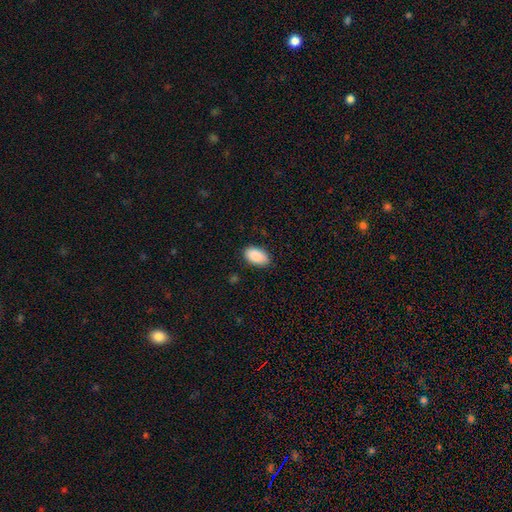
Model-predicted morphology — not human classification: smooth 90%, star or artifact 6%, featured or disk 3%. Down the decision tree: how rounded — in between (94%); merging — none (83%).